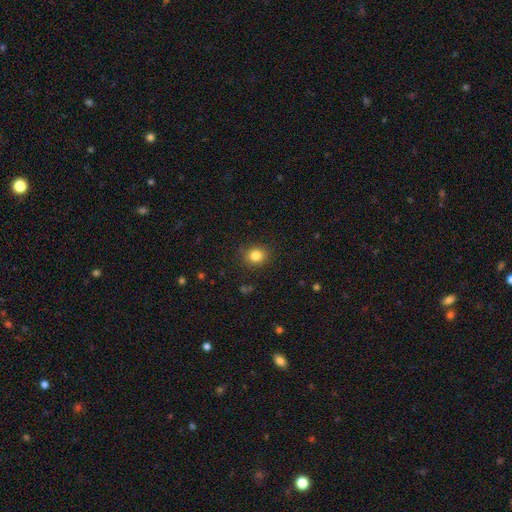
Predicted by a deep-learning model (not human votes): Smooth or featured?
  - smooth: 83% *
  - star or artifact: 11%
  - featured or disk: 6%
How rounded?
  - round: 78% *
  - in between: 21%
  - cigar-shaped: 1%
Merging?
  - none: 88% *
  - minor disturbance: 8%
  - major disturbance: 3%
  - merger: 1%